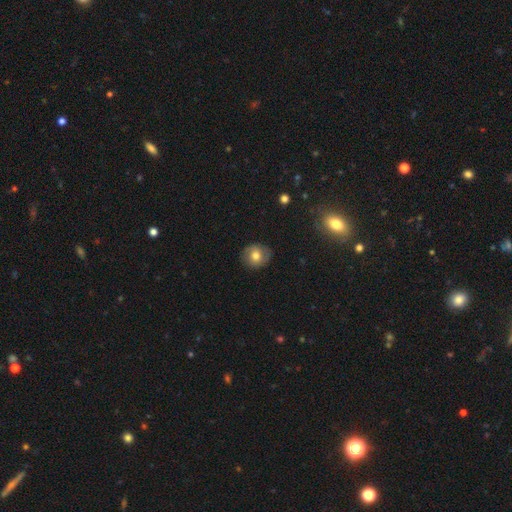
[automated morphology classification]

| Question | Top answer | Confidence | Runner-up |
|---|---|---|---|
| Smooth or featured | smooth | 69% | featured or disk (22%) |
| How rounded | round | 80% | in between (19%) |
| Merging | none | 84% | minor disturbance (12%) |